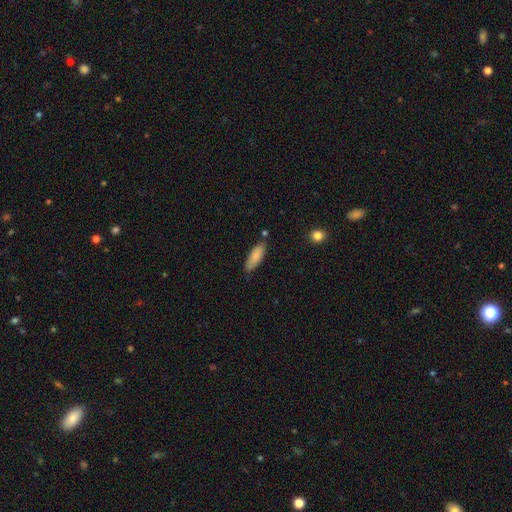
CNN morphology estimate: A smooth galaxy with no disk features (85%) that is in between round and cigar-shaped (58%). Merging: none (75%).